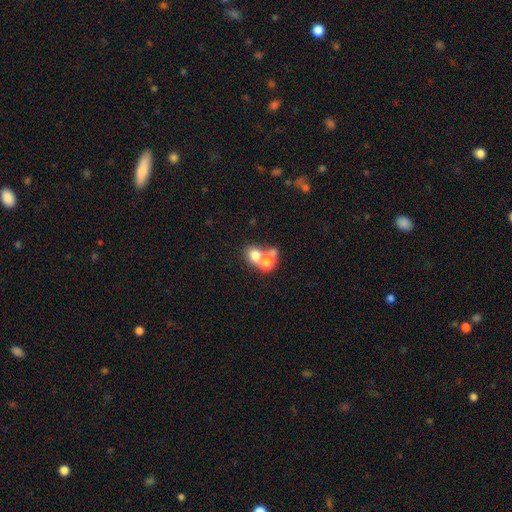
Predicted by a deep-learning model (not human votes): Overall: smooth (69%). How rounded: round (68%; in between 31%). Merging: merger (56%; none 34%).